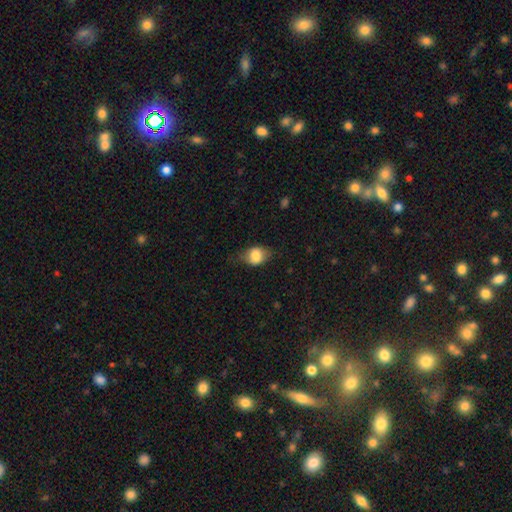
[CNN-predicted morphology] Overall: smooth (76%). How rounded: in between (65%; round 34%). Merging: none (62%; minor disturbance 26%).